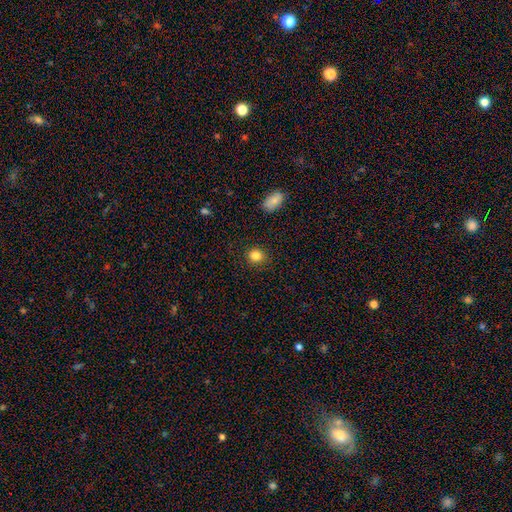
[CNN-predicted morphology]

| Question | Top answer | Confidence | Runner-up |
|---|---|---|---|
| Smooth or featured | smooth | 84% | star or artifact (11%) |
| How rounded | round | 79% | in between (20%) |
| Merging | none | 88% | minor disturbance (8%) |